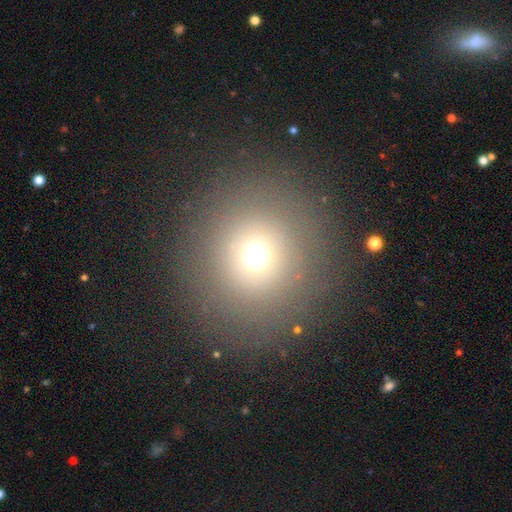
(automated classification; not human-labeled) smooth_or_featured: smooth (p=0.67) [alt: star or artifact p=0.23]
how_rounded: round (p=0.92) [alt: in between p=0.07]
merging: none (p=0.87) [alt: minor disturbance p=0.06]